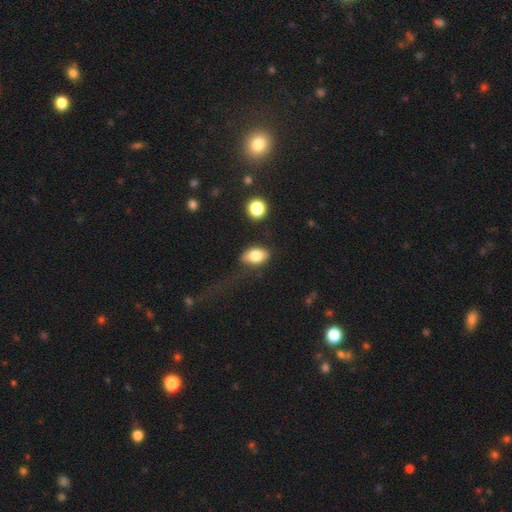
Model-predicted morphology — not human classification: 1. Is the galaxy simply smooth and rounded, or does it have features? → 78% smooth, 14% featured or disk, 8% star or artifact.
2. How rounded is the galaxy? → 87% in between, 11% round, 3% cigar-shaped.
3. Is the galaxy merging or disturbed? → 65% none, 19% minor disturbance, 12% major disturbance, 4% merger.